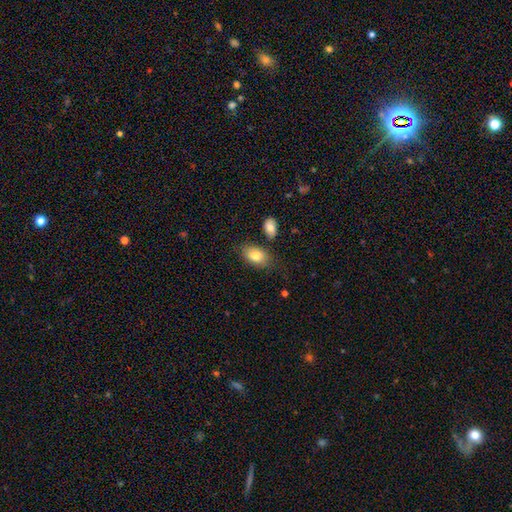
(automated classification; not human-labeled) smooth-or-featured: smooth: 82% | featured or disk: 11% | star or artifact: 7%
  how-rounded: in between: 90% | round: 8% | cigar-shaped: 2%
  merging: none: 73% | minor disturbance: 16% | merger: 7% | major disturbance: 4%